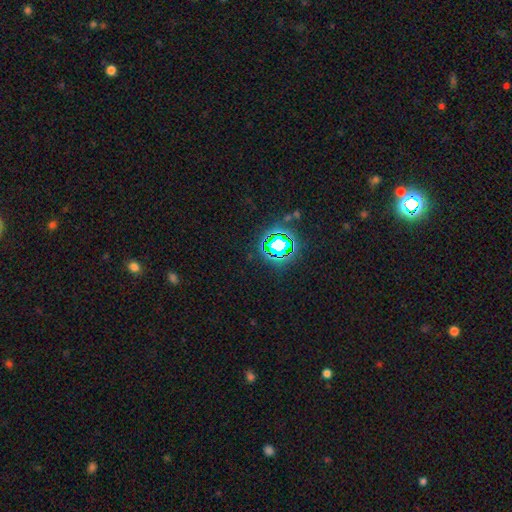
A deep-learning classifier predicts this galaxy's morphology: Overall: star or artifact (77%).